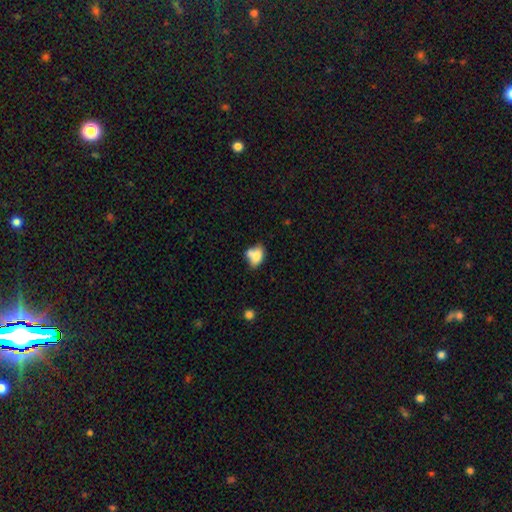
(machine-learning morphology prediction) smooth-or-featured: smooth: 74% | featured or disk: 18% | star or artifact: 9%
  how-rounded: in between: 76% | round: 22% | cigar-shaped: 2%
  merging: merger: 40% | none: 37% | minor disturbance: 17% | major disturbance: 6%